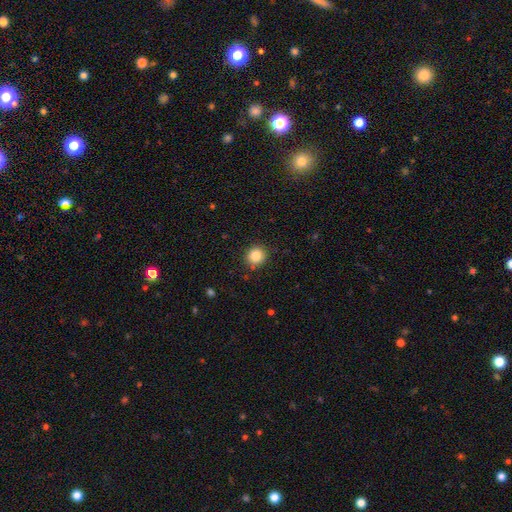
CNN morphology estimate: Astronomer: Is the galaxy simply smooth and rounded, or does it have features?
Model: smooth — 84%.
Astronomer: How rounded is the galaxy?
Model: round — 91%.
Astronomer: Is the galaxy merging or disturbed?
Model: none — 89%.